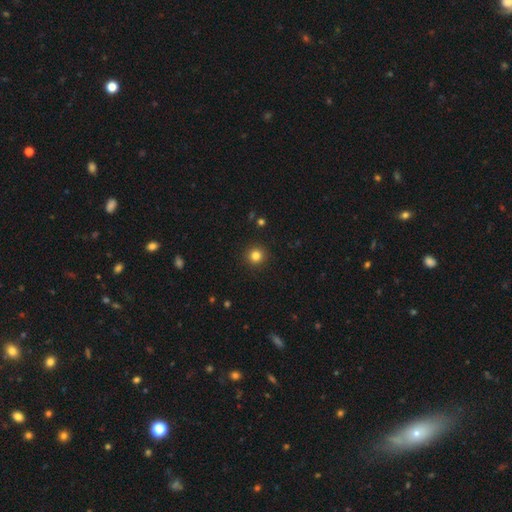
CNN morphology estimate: The model was most divided on "smooth or featured": smooth: 82%, star or artifact: 12%, featured or disk: 5%. More confident: how rounded — round (95%); merging — none (92%).